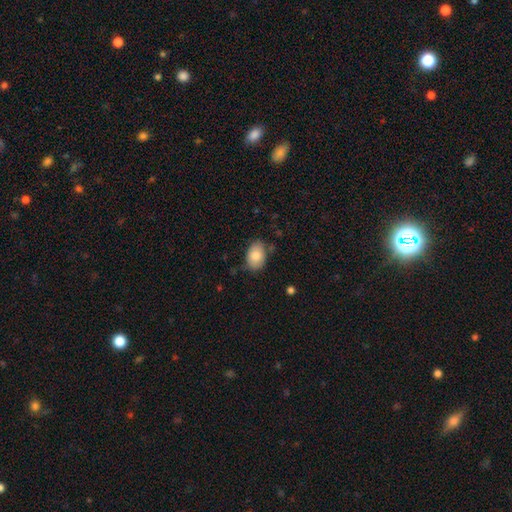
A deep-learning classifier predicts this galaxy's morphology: Overall: smooth (83%). How rounded: in between (85%). Merging: none (74%).